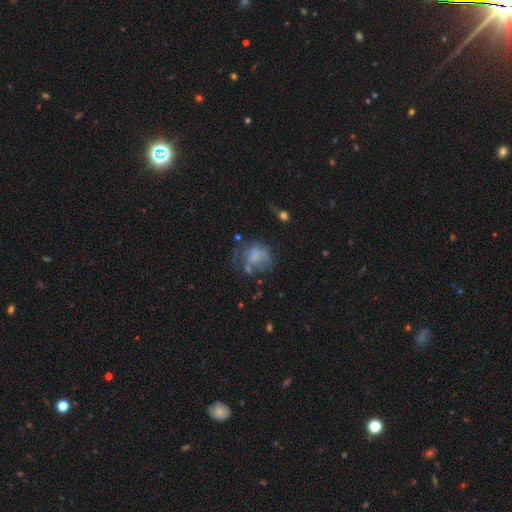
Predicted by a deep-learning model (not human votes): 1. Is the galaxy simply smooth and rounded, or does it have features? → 48% smooth, 39% featured or disk, 12% star or artifact.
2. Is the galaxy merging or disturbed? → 36% major disturbance, 33% none, 23% minor disturbance, 8% merger.